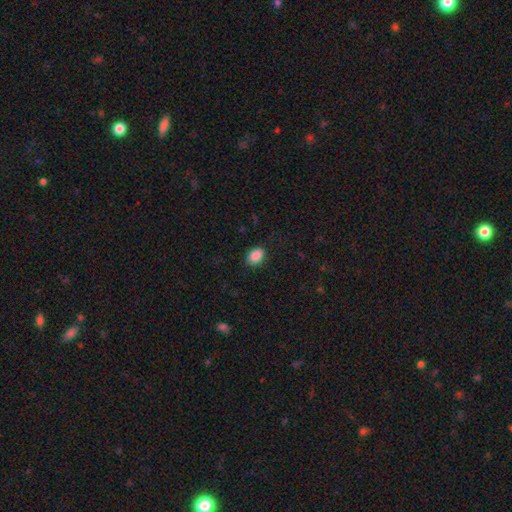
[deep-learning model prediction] This appears to be a smooth galaxy with no disk features (89%) that is in between round and cigar-shaped (77%). Merging: none (87%).